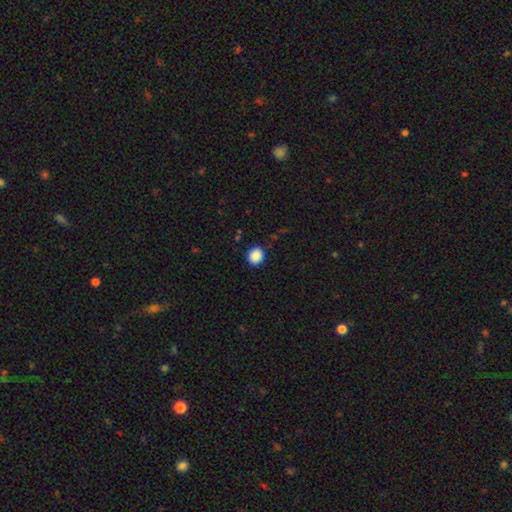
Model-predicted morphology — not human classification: Q: Smooth or featured?
A: smooth (89%); runner-up: star or artifact (9%)
Q: How rounded?
A: round (77%); runner-up: in between (22%)
Q: Merging?
A: none (88%); runner-up: minor disturbance (8%)